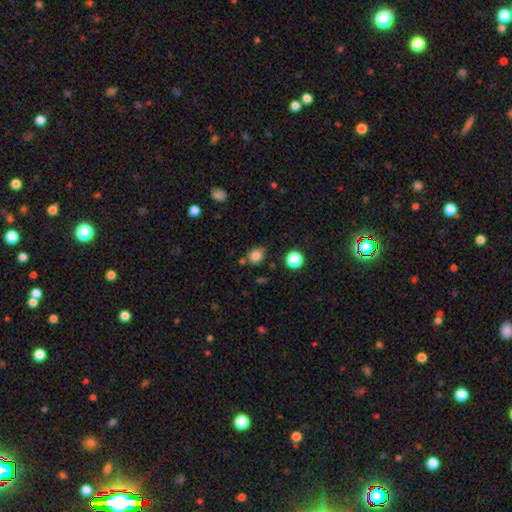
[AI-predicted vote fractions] A smooth galaxy with no disk features (82%) that is round (65%).

Vote fractions:
- Smooth or featured? smooth: 82% / star or artifact: 12% / featured or disk: 5%
- How rounded? round: 65% / in between: 34% / cigar-shaped: 1%
- Merging? none: 73% / minor disturbance: 15% / merger: 8% / major disturbance: 4%